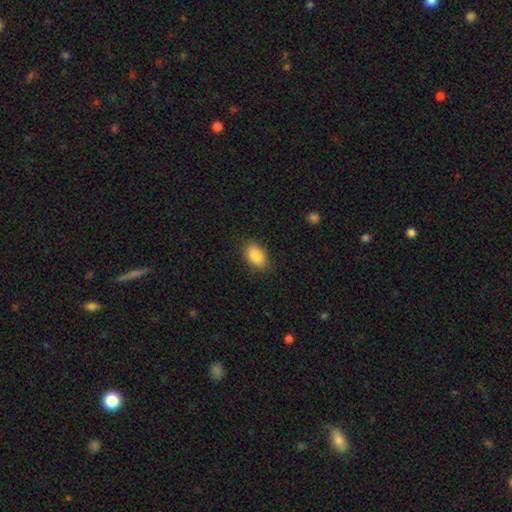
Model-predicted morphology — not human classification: Smooth or featured?
  - smooth: 86% *
  - star or artifact: 7%
  - featured or disk: 6%
How rounded?
  - in between: 88% *
  - round: 10%
  - cigar-shaped: 2%
Merging?
  - none: 85% *
  - minor disturbance: 11%
  - major disturbance: 3%
  - merger: 1%